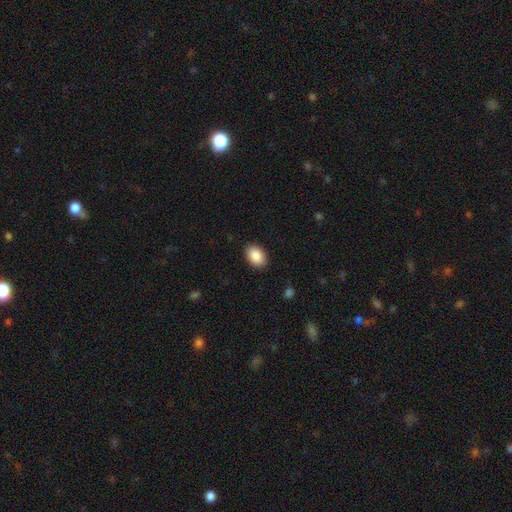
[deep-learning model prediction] smooth 88%, star or artifact 7%, featured or disk 5%. Down the decision tree: how rounded — in between (83%); merging — none (89%).